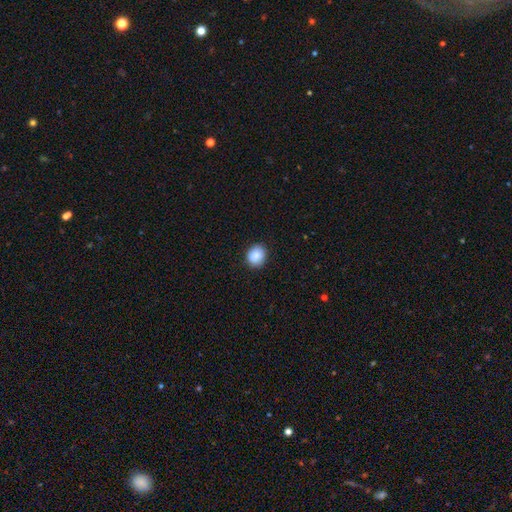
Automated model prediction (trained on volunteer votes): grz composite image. It shows a smooth galaxy with no disk features (89%) that is round (71%). Merging: none (89%).